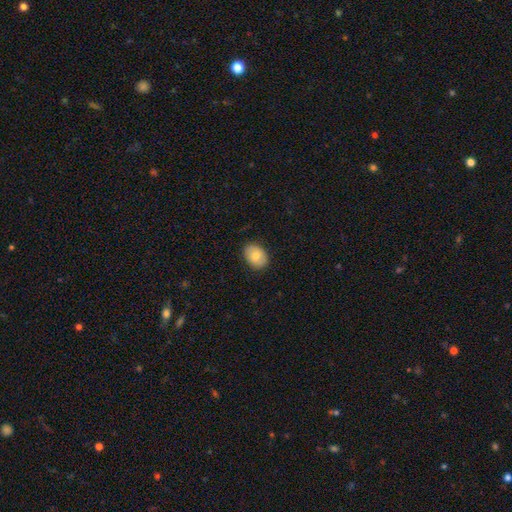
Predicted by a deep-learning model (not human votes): Morphology: type=smooth (76%); roundness=in between (70%); merging=none (86%).